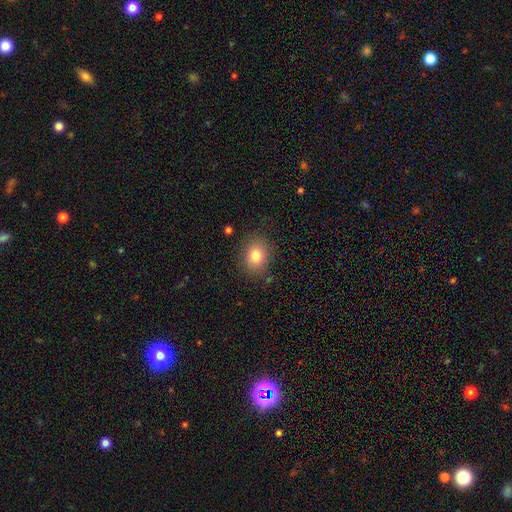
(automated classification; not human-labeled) smooth_or_featured: smooth (p=0.80) [alt: star or artifact p=0.11]
how_rounded: round (p=0.56) [alt: in between p=0.43]
merging: none (p=0.82) [alt: minor disturbance p=0.13]